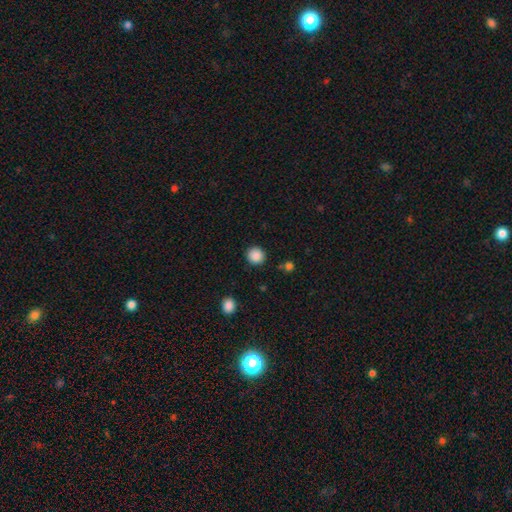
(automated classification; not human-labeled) A smooth galaxy with no disk features (88%) that is round (91%). Merging: none (89%).